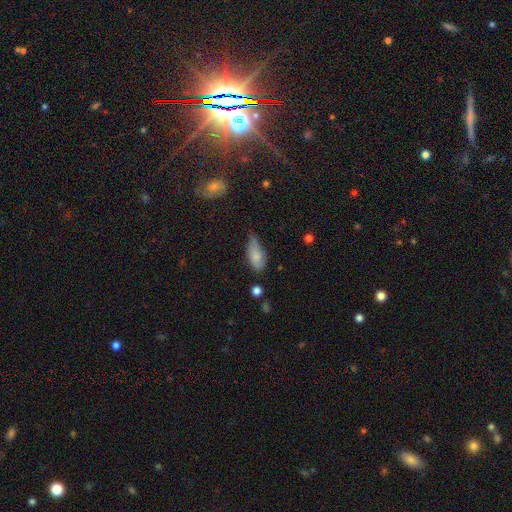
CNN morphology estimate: smooth 77%, featured or disk 15%, star or artifact 8%. Down the decision tree: how rounded — in between (85%); merging — minor disturbance (45%).